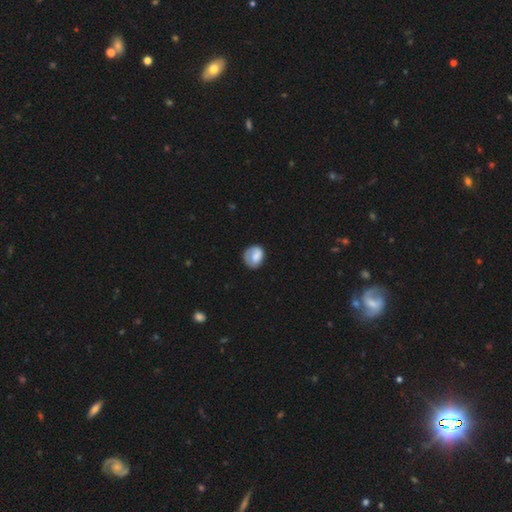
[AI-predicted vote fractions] Smooth or featured?
  - smooth: 73% *
  - featured or disk: 21%
  - star or artifact: 7%
How rounded?
  - round: 62% *
  - in between: 37%
  - cigar-shaped: 1%
Merging?
  - none: 63% *
  - minor disturbance: 24%
  - major disturbance: 11%
  - merger: 2%